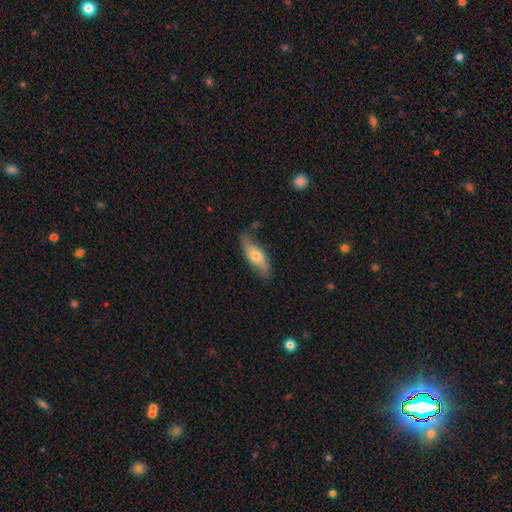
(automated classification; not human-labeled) Smooth or featured? smooth (56%)
How rounded? in between (54%)
Merging? none (75%)